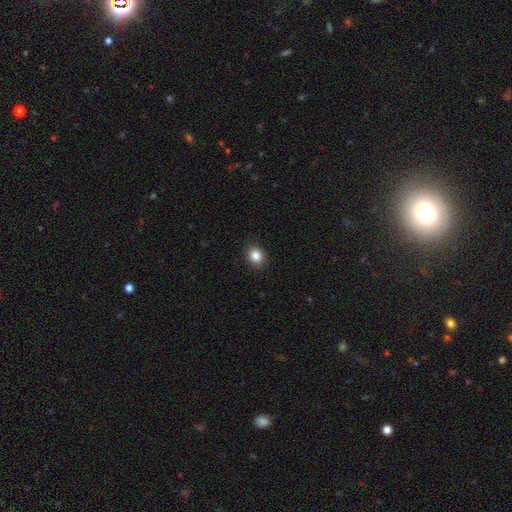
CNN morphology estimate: This is clearly a smooth galaxy (85%). How rounded: likely round (65%). Merging: clearly none (90%).